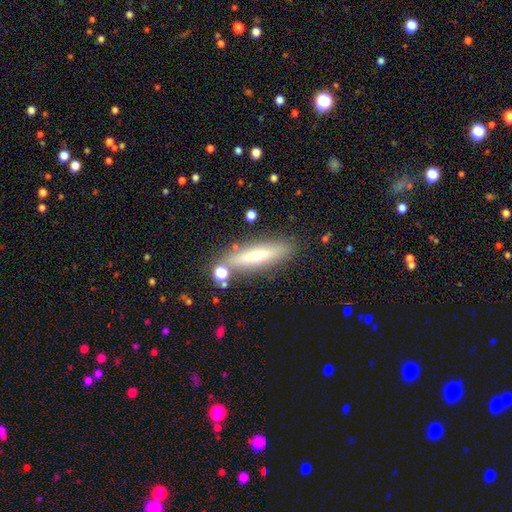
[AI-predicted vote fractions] This is likely a smooth galaxy (62%). How rounded: clearly cigar-shaped (81%). Merging: likely none (79%).